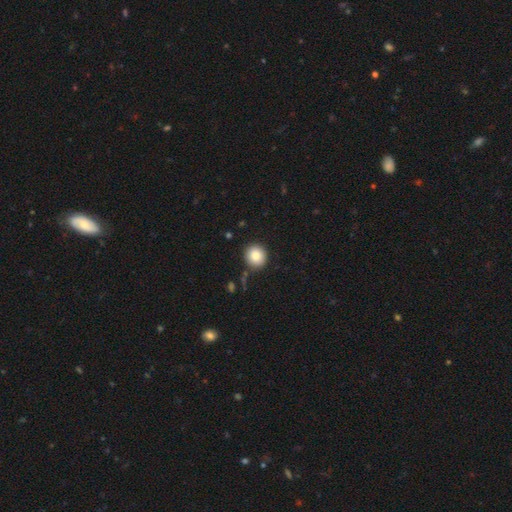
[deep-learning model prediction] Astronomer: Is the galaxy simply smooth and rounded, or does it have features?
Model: smooth — 84%.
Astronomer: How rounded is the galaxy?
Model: round — 89%.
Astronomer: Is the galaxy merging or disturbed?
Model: none — 87%.